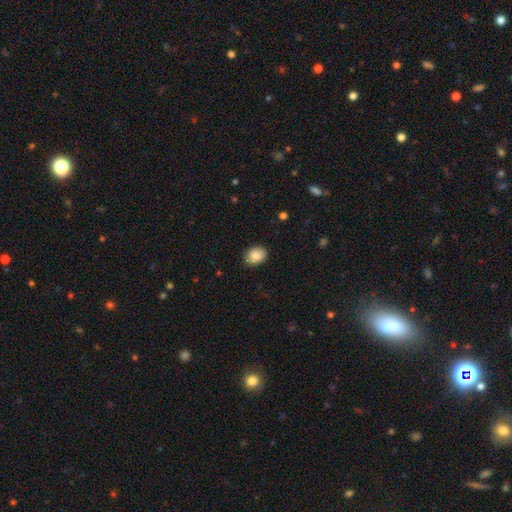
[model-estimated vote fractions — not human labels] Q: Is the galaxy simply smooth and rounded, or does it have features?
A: smooth — 87%.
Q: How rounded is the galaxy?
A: in between — 58%.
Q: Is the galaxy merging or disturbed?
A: none — 86%.